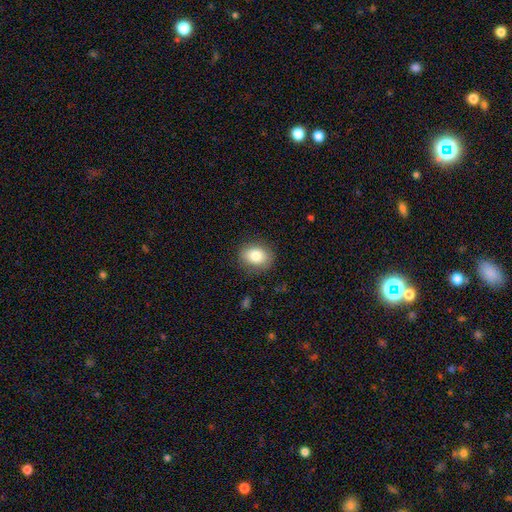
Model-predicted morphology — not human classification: Smooth or featured: smooth — 81% (featured or disk — 10%)
How rounded: in between — 55% (round — 44%)
Merging: none — 84% (minor disturbance — 12%)